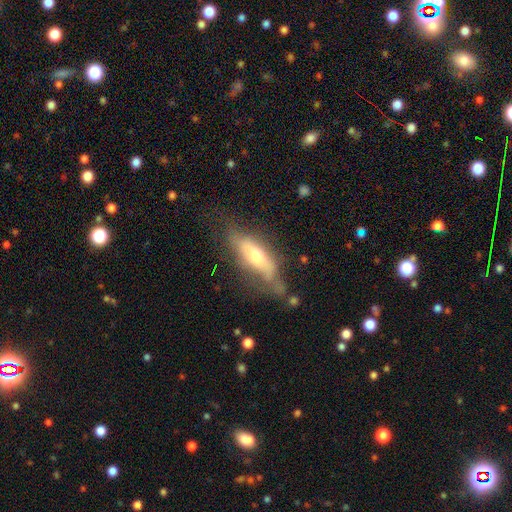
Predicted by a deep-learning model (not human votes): Morphology: type=smooth (47%); merging=none (49%).